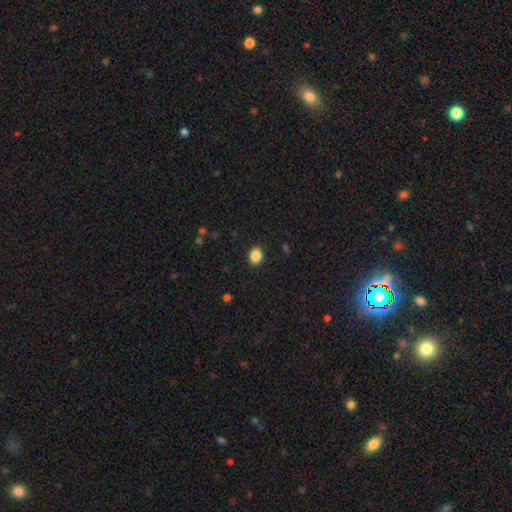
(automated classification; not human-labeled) smooth_or_featured: smooth (p=0.87) [alt: star or artifact p=0.09]
how_rounded: in between (p=0.62) [alt: round p=0.37]
merging: none (p=0.90) [alt: minor disturbance p=0.07]